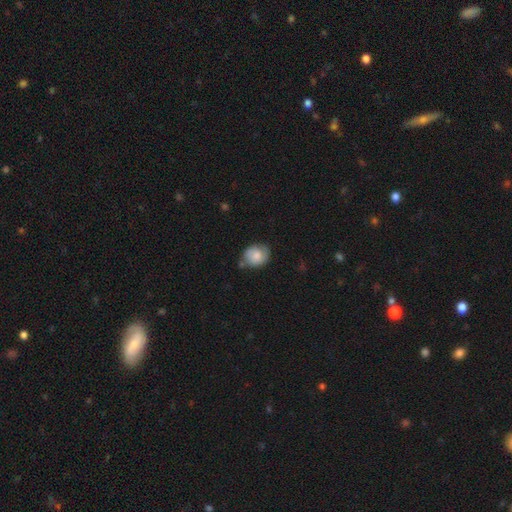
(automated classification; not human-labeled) Smooth or featured? Predicted: smooth (p=0.70). How rounded? Predicted: round (p=0.65). Merging? Predicted: none (p=0.58).